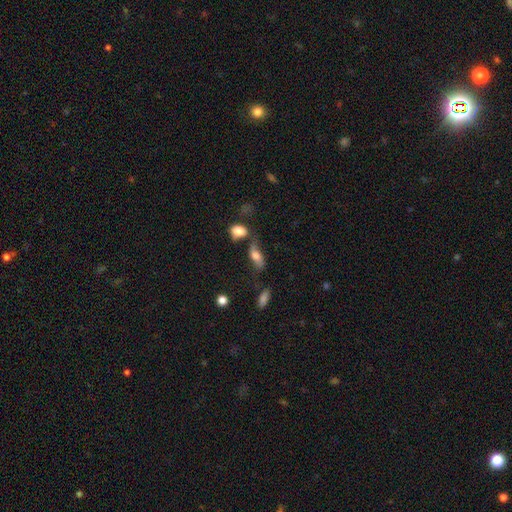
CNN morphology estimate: smooth-or-featured: smooth: 58% | featured or disk: 32% | star or artifact: 10%
  how-rounded: in between: 73% | cigar-shaped: 22% | round: 6%
  merging: none: 49% | minor disturbance: 22% | merger: 17% | major disturbance: 12%